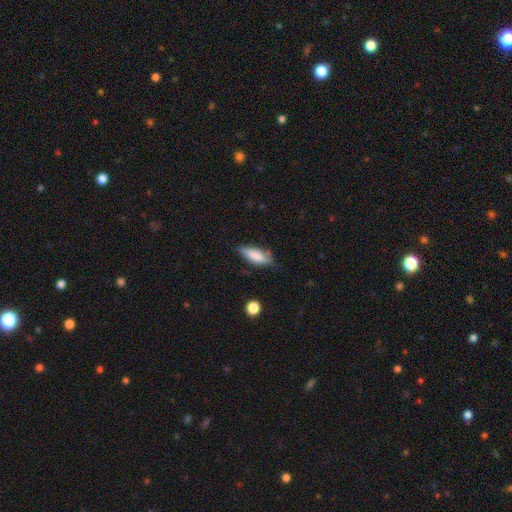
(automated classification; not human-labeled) smooth-or-featured: smooth: 81% | featured or disk: 13% | star or artifact: 6%
  how-rounded: in between: 64% | cigar-shaped: 34% | round: 2%
  merging: none: 70% | minor disturbance: 23% | major disturbance: 4% | merger: 2%